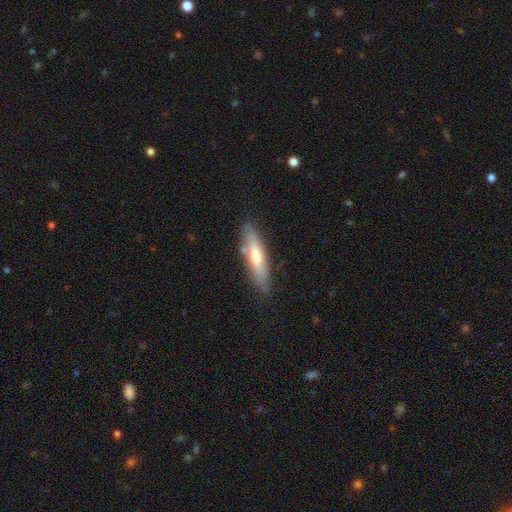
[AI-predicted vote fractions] Overall: smooth (56%; featured or disk 38%). How rounded: cigar-shaped (70%). Merging: none (78%).